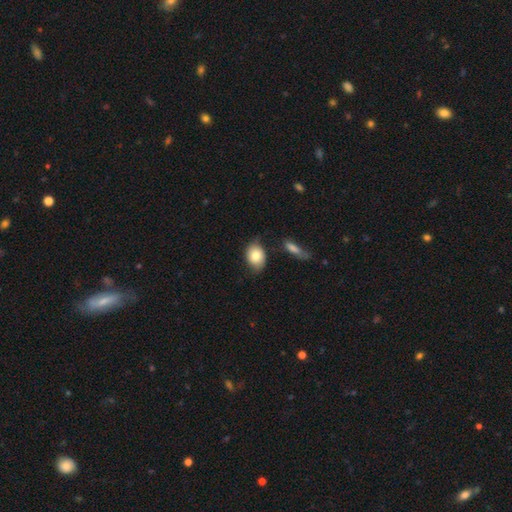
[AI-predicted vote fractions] smooth_or_featured: smooth (p=0.80) [alt: featured or disk p=0.13]
how_rounded: in between (p=0.68) [alt: round p=0.30]
merging: none (p=0.65) [alt: minor disturbance p=0.23]